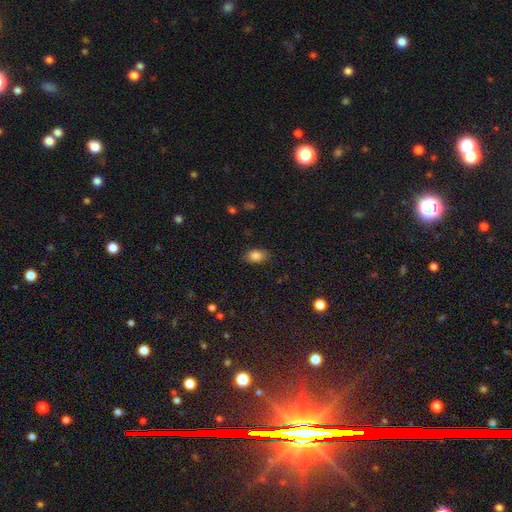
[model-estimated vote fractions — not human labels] Smooth or featured?
  - smooth: 86% *
  - star or artifact: 9%
  - featured or disk: 5%
How rounded?
  - in between: 86% *
  - round: 13%
  - cigar-shaped: 2%
Merging?
  - none: 85% *
  - minor disturbance: 11%
  - major disturbance: 3%
  - merger: 1%